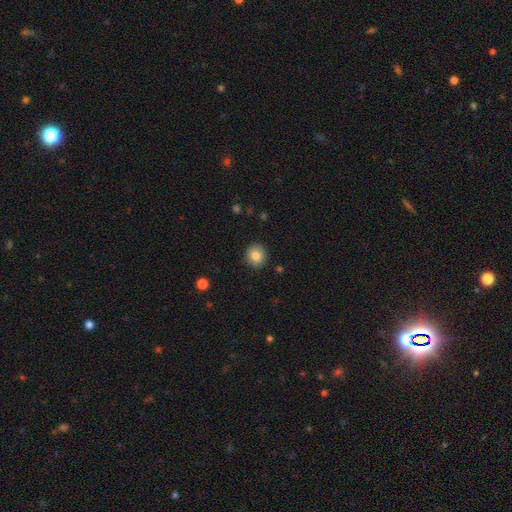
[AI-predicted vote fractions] This appears to be a smooth galaxy with no disk features (83%) that is round (88%). Merging: none (90%).